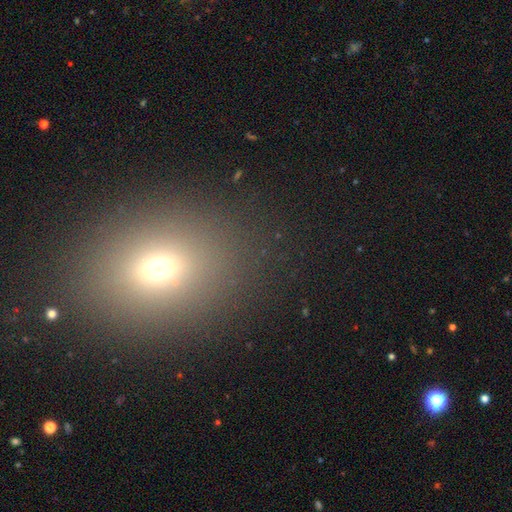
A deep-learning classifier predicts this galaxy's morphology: This appears to be a smooth galaxy with no disk features (63%) that is in between round and cigar-shaped (56%). Merging: none (86%).